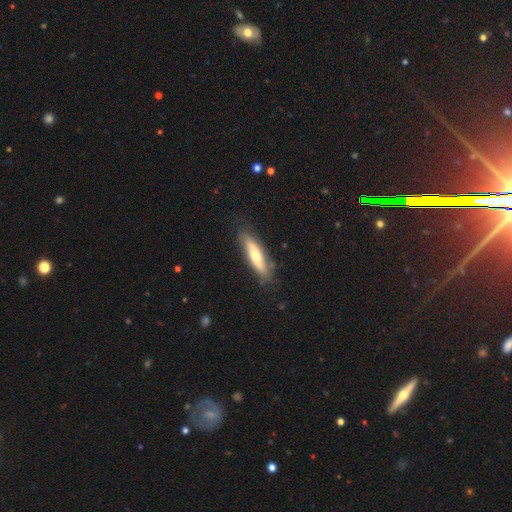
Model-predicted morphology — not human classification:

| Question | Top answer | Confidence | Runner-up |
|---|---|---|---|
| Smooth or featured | smooth | 52% | featured or disk (43%) |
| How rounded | cigar-shaped | 61% | in between (37%) |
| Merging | none | 79% | minor disturbance (16%) |